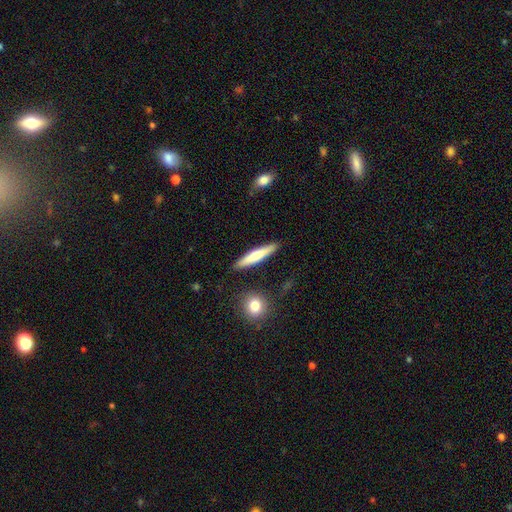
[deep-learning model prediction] A smooth galaxy with no disk features (62%) that is cigar-shaped (90%). Merging: none (89%).